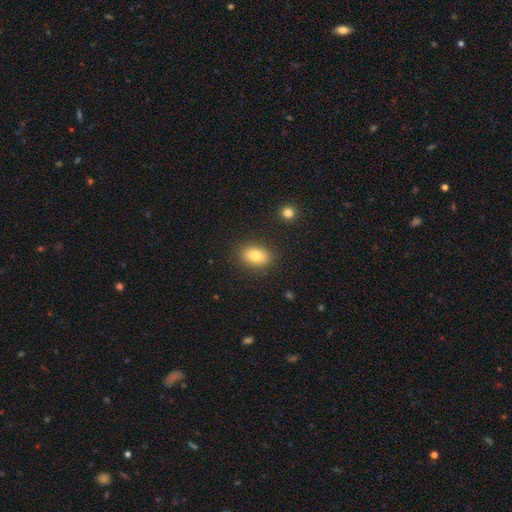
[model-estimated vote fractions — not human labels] Smooth or featured: smooth — 79% (featured or disk — 12%)
How rounded: in between — 76% (round — 22%)
Merging: none — 87% (minor disturbance — 9%)